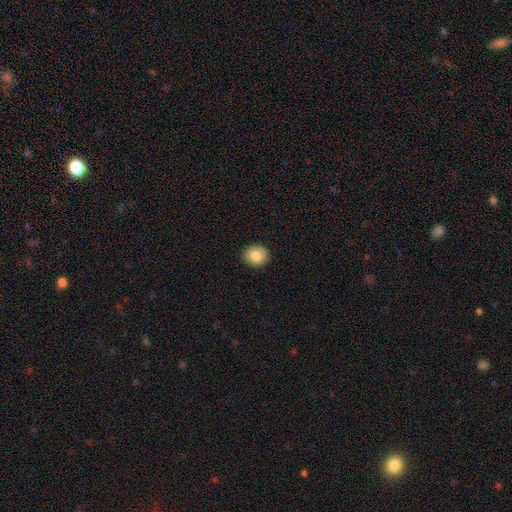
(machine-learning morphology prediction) Overall: smooth (83%). How rounded: round (73%). Merging: none (89%).